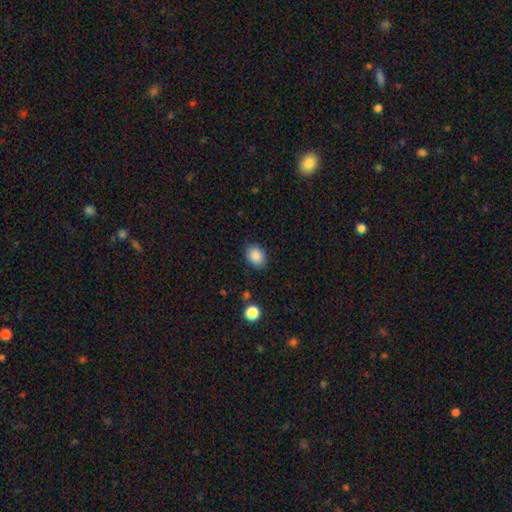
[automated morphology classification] Smooth or featured: smooth — 88% (star or artifact — 8%)
How rounded: in between — 65% (round — 34%)
Merging: none — 83% (minor disturbance — 12%)